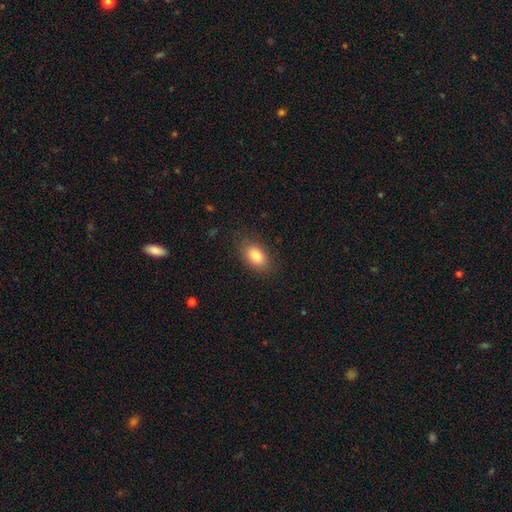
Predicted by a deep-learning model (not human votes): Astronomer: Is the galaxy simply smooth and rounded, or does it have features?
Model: smooth — 84%.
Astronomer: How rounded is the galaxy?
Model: in between — 89%.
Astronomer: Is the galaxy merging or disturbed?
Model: none — 84%.